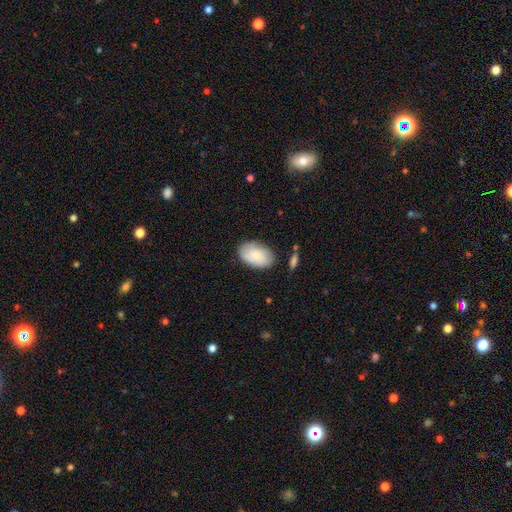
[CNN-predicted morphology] Smooth or featured: smooth — 76% (featured or disk — 18%)
How rounded: in between — 91% (round — 7%)
Merging: none — 78% (minor disturbance — 16%)